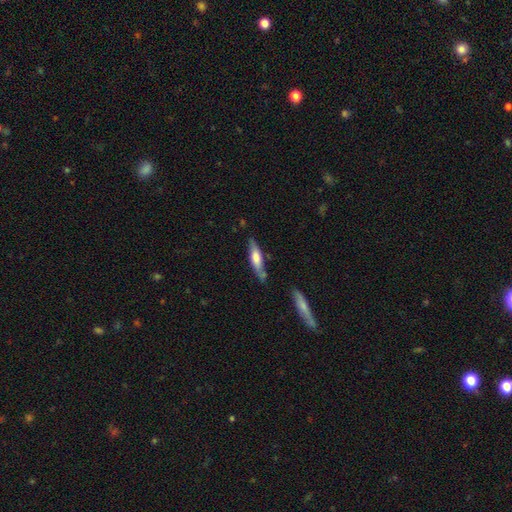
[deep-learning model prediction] This is possibly a featured or disk galaxy (49%). Merging: likely none (73%).